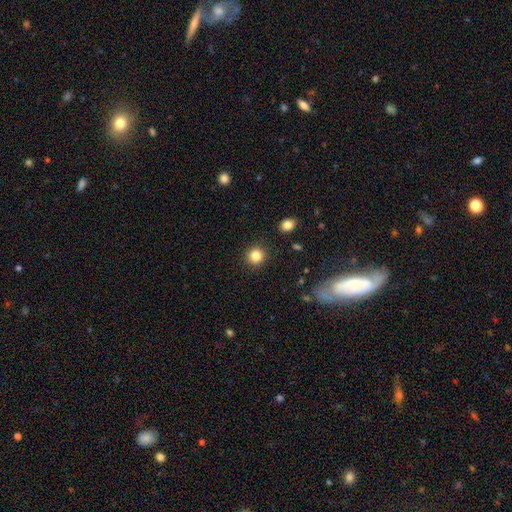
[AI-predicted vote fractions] Overall: smooth (84%). How rounded: round (92%). Merging: none (91%).